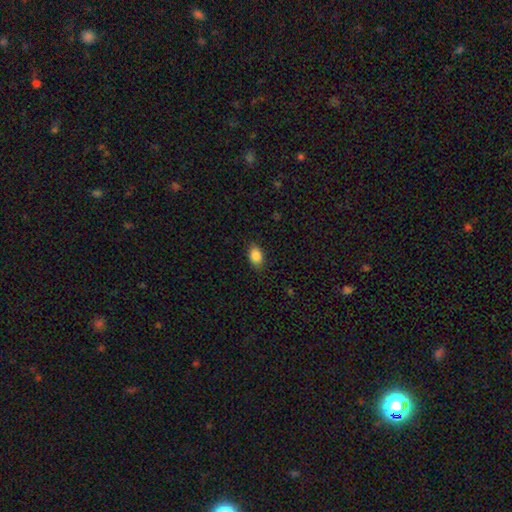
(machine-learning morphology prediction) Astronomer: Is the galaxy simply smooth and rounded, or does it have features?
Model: smooth — 86%.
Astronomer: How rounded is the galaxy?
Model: in between — 82%.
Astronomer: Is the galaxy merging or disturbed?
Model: none — 86%.